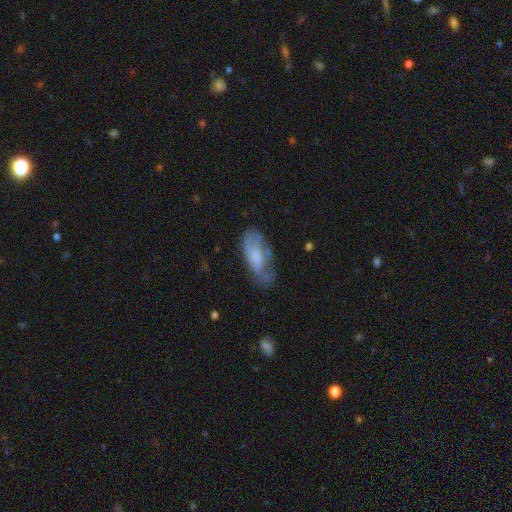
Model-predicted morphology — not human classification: Q: Smooth or featured?
A: smooth (54%); runner-up: featured or disk (38%)
Q: How rounded?
A: in between (82%); runner-up: cigar-shaped (15%)
Q: Merging?
A: none (43%); runner-up: minor disturbance (31%)